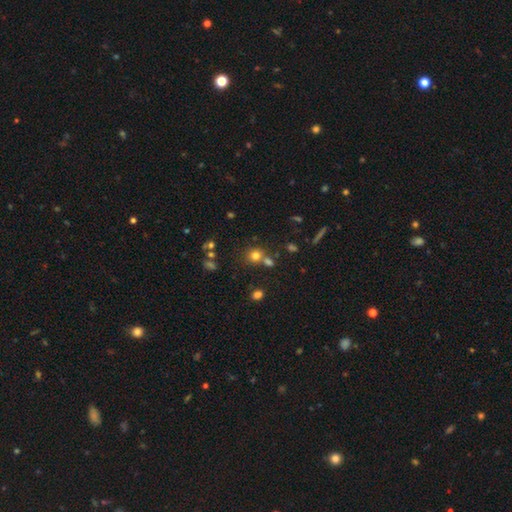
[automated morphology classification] Q: Smooth or featured?
A: smooth (73%); runner-up: star or artifact (18%)
Q: How rounded?
A: round (84%); runner-up: in between (15%)
Q: Merging?
A: none (60%); runner-up: merger (27%)